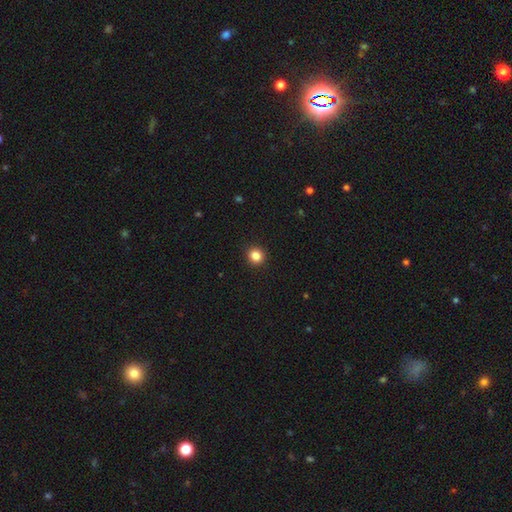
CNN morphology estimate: This appears to be a smooth galaxy with no disk features (86%) that is round (87%). Merging: none (92%).